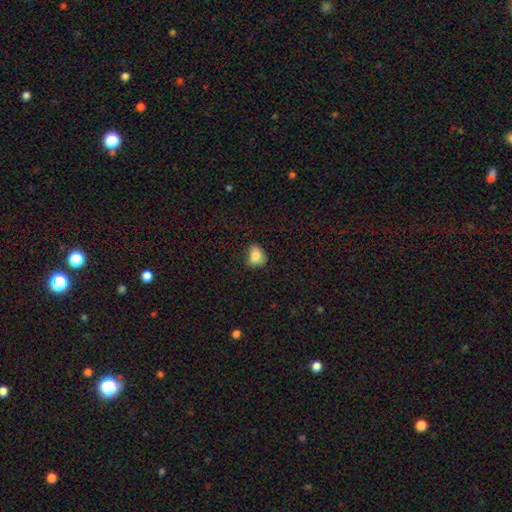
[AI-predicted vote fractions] This is clearly a smooth galaxy (81%). How rounded: possibly in between (58%). Merging: likely none (63%).